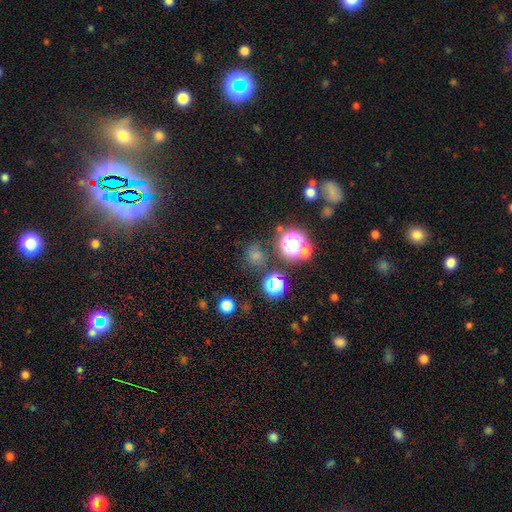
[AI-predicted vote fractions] A smooth galaxy with no disk features (55%) that is round (82%). Merging: none (71%).